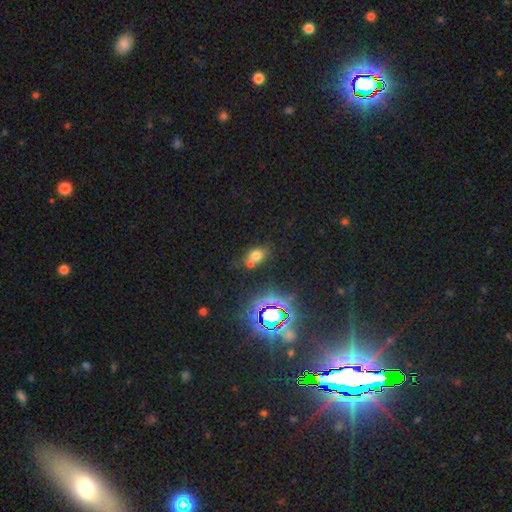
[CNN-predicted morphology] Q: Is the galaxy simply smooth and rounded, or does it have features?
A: smooth — 63%.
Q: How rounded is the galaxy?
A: in between — 58%.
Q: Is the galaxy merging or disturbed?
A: none — 54%.